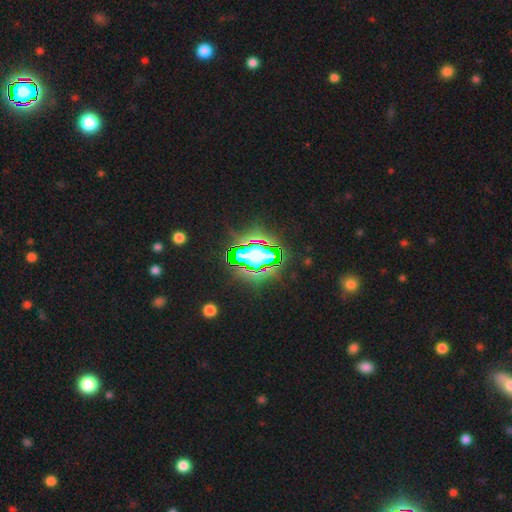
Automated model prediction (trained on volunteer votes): The model was most divided on "smooth or featured": star or artifact: 68%, smooth: 18%, featured or disk: 14%.